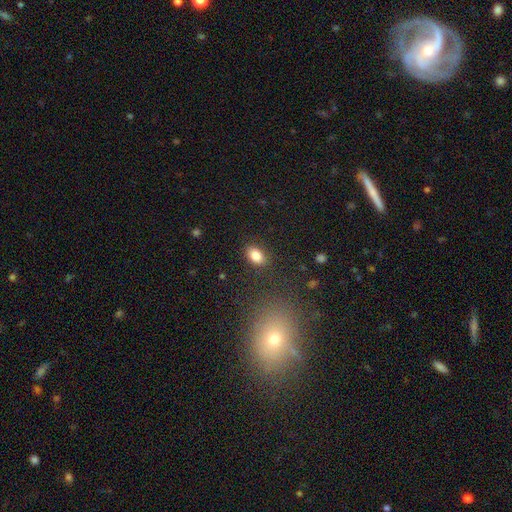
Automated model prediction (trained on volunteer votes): Smooth or featured: smooth — 85% (star or artifact — 9%)
How rounded: in between — 88% (round — 10%)
Merging: none — 86% (minor disturbance — 10%)